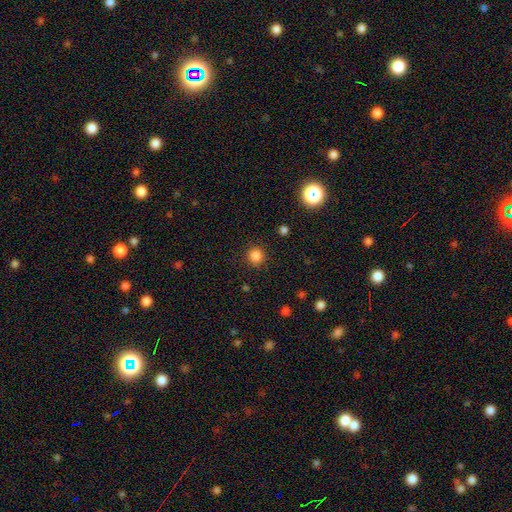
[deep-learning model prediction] Morphology: type=smooth (85%); roundness=round (93%); merging=none (90%).